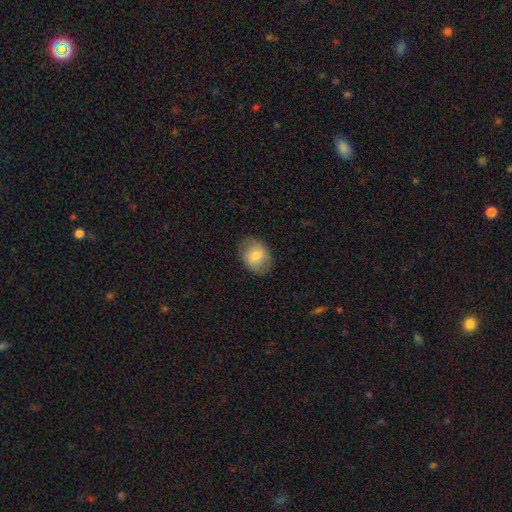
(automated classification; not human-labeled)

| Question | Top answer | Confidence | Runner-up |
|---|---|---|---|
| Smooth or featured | smooth | 75% | featured or disk (18%) |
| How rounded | in between | 64% | round (35%) |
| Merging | none | 82% | minor disturbance (13%) |